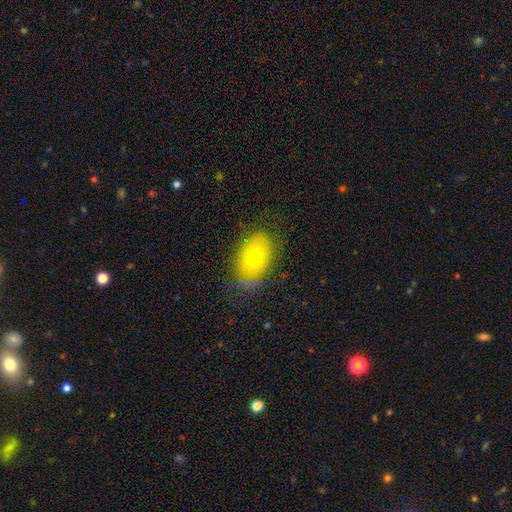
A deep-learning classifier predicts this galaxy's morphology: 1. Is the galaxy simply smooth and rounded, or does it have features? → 51% smooth, 39% featured or disk, 10% star or artifact.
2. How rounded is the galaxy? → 87% in between, 12% round, 2% cigar-shaped.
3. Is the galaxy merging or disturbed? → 71% none, 21% minor disturbance, 7% major disturbance, 1% merger.